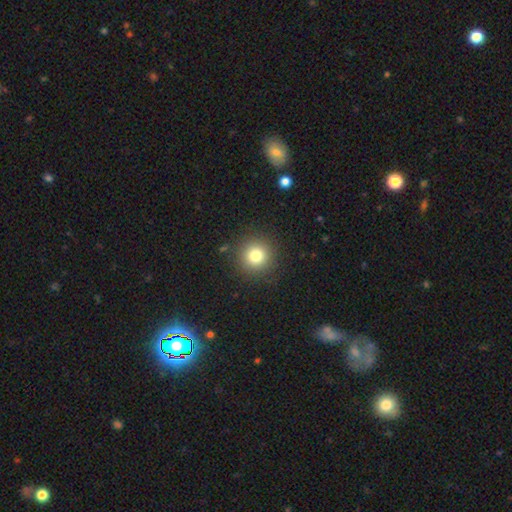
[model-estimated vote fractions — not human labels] Smooth or featured? Predicted: smooth (p=0.79). How rounded? Predicted: round (p=0.94). Merging? Predicted: none (p=0.90).